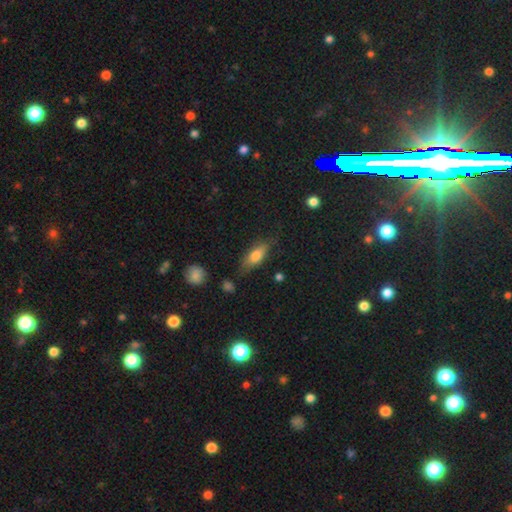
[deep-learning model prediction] A smooth galaxy with no disk features (73%) that is in between round and cigar-shaped (72%). Merging: none (69%).